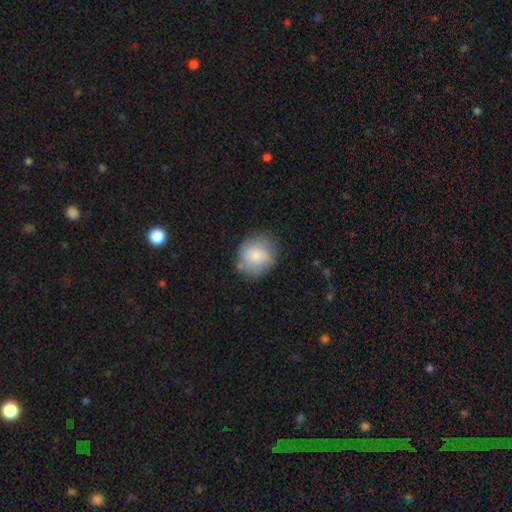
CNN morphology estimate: type=smooth (74%); roundness=round (80%); merging=none (69%).